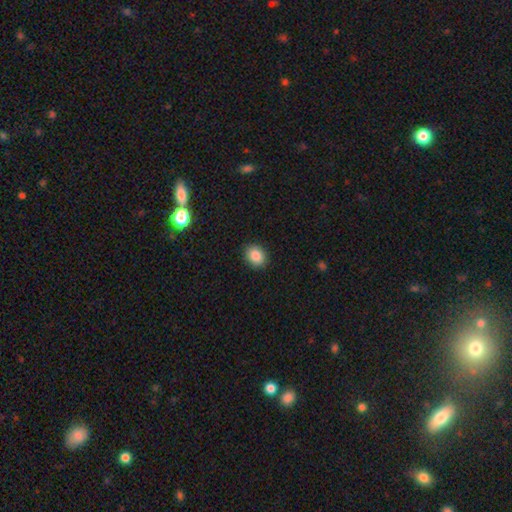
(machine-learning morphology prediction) type=smooth (86%); roundness=round (56%); merging=none (90%).